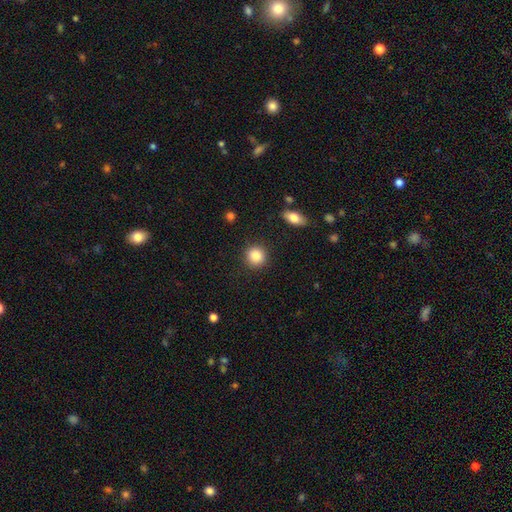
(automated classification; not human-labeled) This appears to be a smooth galaxy with no disk features (86%) that is round (91%). Merging: none (90%).